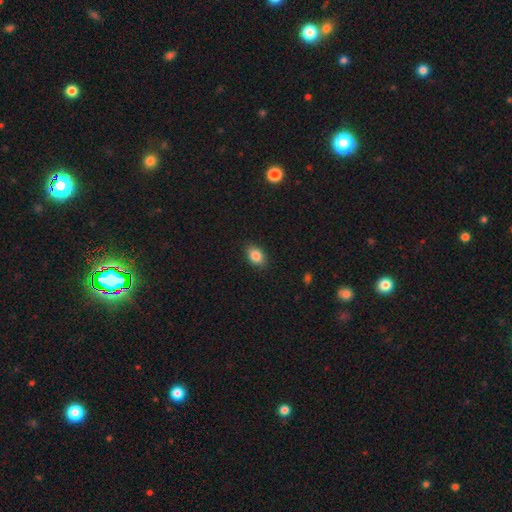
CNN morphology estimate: The model was most divided on "how rounded": in between: 82%, round: 17%, cigar-shaped: 1%. More confident: merging — none (88%); smooth or featured — smooth (86%).